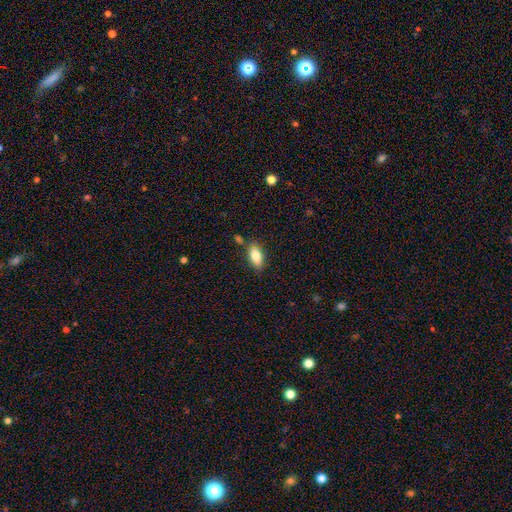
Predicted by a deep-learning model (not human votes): Smooth or featured? Predicted: smooth (p=0.81). How rounded? Predicted: in between (p=0.90). Merging? Predicted: none (p=0.77).